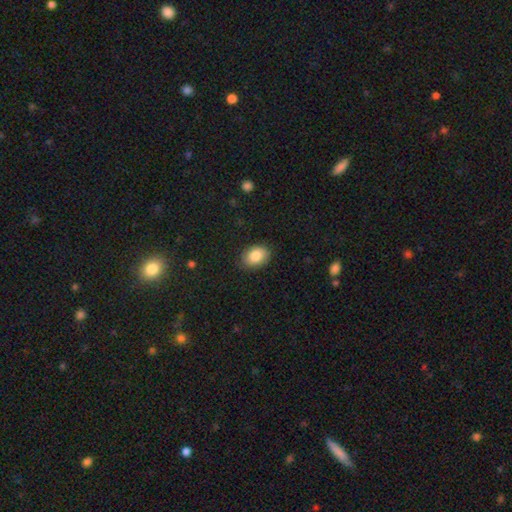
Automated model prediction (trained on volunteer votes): smooth 85%, featured or disk 8%, star or artifact 8%. Down the decision tree: how rounded — in between (75%); merging — none (86%).